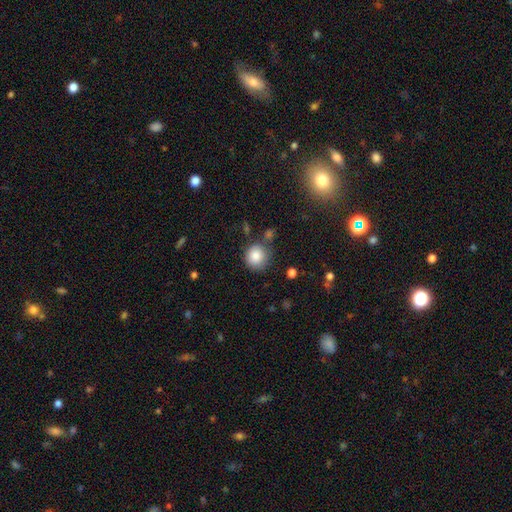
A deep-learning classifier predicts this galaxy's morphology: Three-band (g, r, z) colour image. It shows a smooth galaxy with no disk features (85%) that is round (89%). Merging: none (72%).